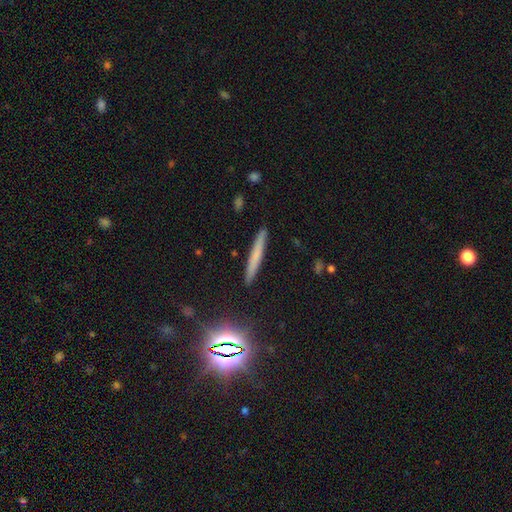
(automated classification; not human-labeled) This appears to be a smooth galaxy with no disk features (58%) that is cigar-shaped (95%). Merging: none (90%).